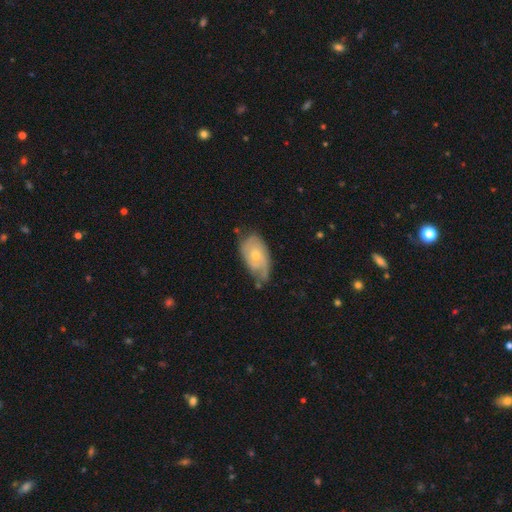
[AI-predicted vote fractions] A featured or disk galaxy (68%) with no bar (76%), 2 (43%) tight (50%) spiral arms (86%) and a small central bulge (52%). Merging: none (53%).